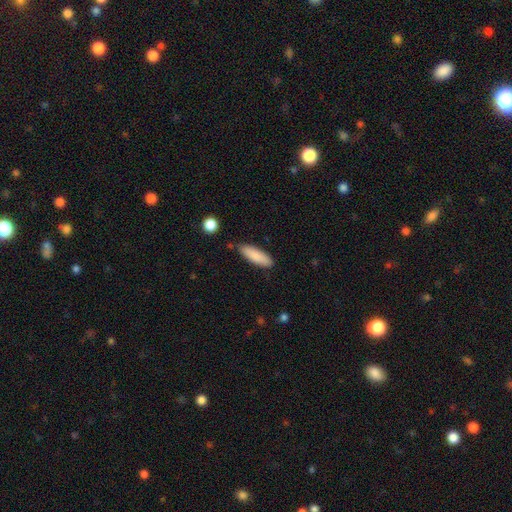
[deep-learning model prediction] Q: Smooth or featured?
A: smooth (86%); runner-up: featured or disk (8%)
Q: How rounded?
A: cigar-shaped (50%); runner-up: in between (48%)
Q: Merging?
A: none (83%); runner-up: minor disturbance (12%)